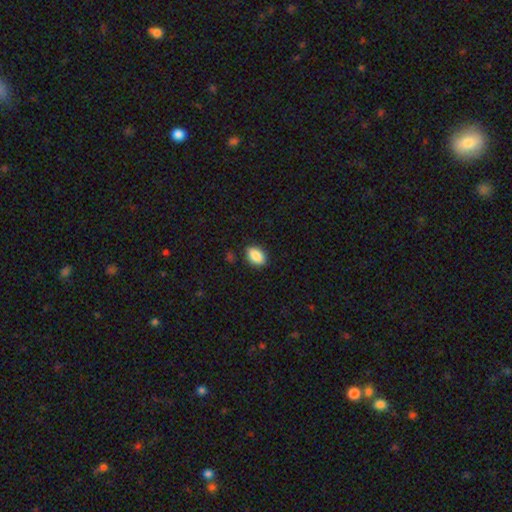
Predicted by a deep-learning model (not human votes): The model was most divided on "how rounded": in between: 87%, round: 11%, cigar-shaped: 2%. More confident: smooth or featured — smooth (89%); merging — none (86%).